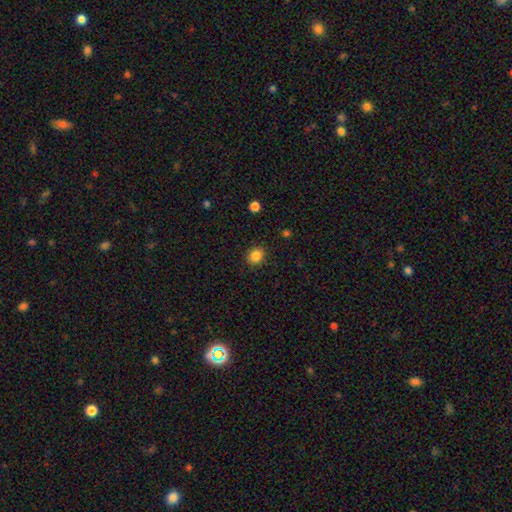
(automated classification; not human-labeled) Morphology: type=smooth (85%); roundness=round (73%); merging=none (88%).